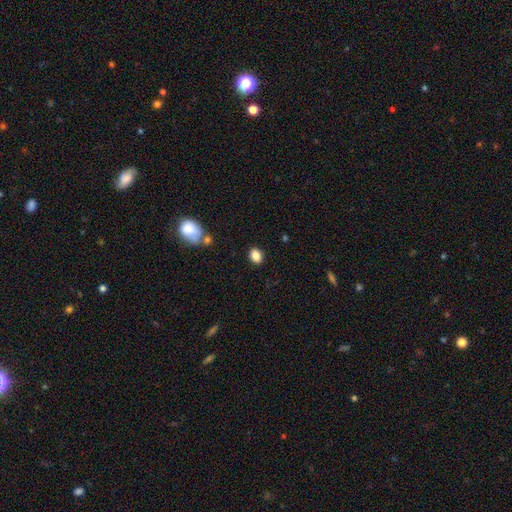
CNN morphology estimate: Q: Smooth or featured?
A: smooth (85%); runner-up: star or artifact (10%)
Q: How rounded?
A: in between (65%); runner-up: round (33%)
Q: Merging?
A: none (86%); runner-up: minor disturbance (9%)